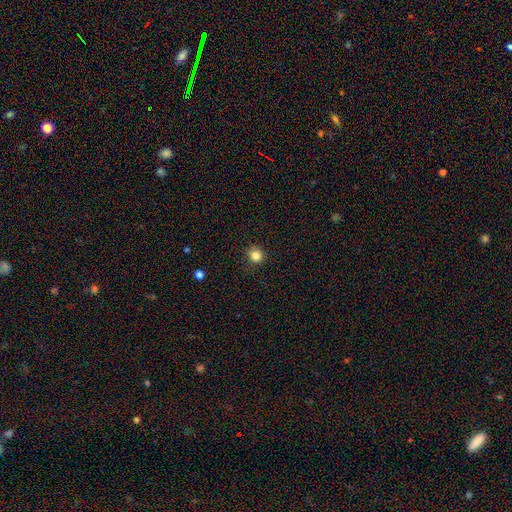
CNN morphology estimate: This is clearly a smooth galaxy (83%). How rounded: clearly round (87%). Merging: clearly none (85%).